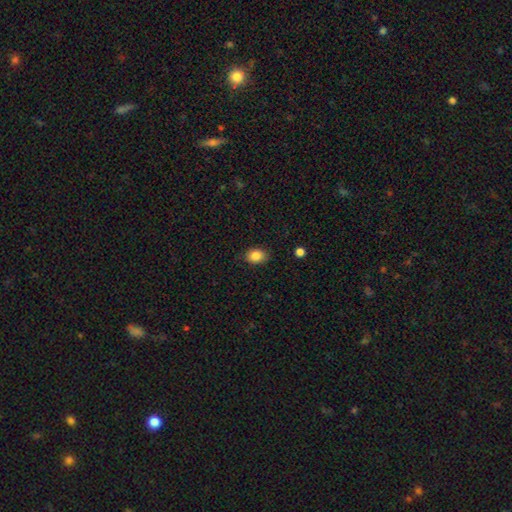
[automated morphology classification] Overall: smooth (86%). How rounded: in between (69%; round 30%). Merging: none (85%).